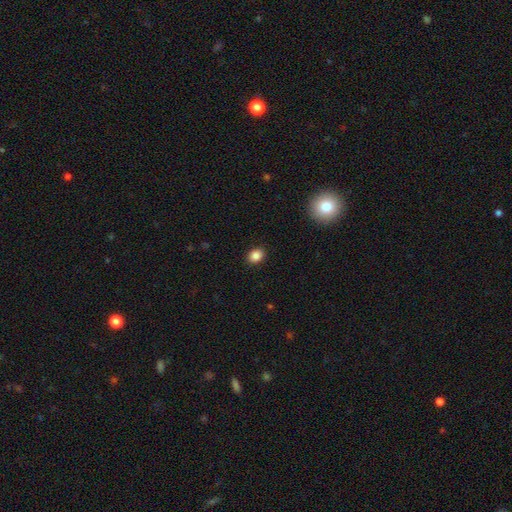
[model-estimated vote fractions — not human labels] Smooth or featured?
  - smooth: 86% *
  - star or artifact: 10%
  - featured or disk: 4%
How rounded?
  - round: 51% *
  - in between: 48%
  - cigar-shaped: 1%
Merging?
  - none: 90% *
  - minor disturbance: 7%
  - major disturbance: 2%
  - merger: 1%